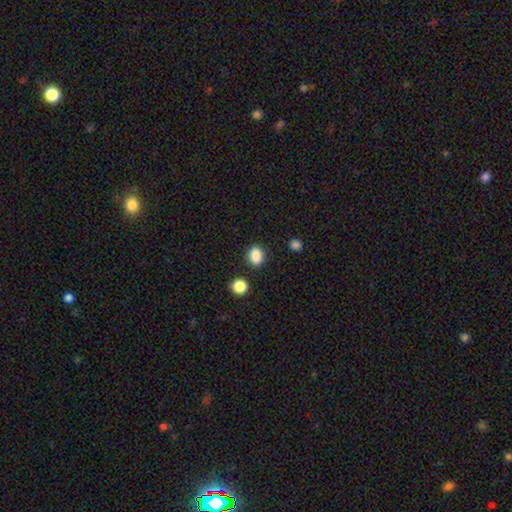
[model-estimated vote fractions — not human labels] smooth 87%, star or artifact 10%, featured or disk 3%. Down the decision tree: how rounded — in between (61%); merging — none (84%).